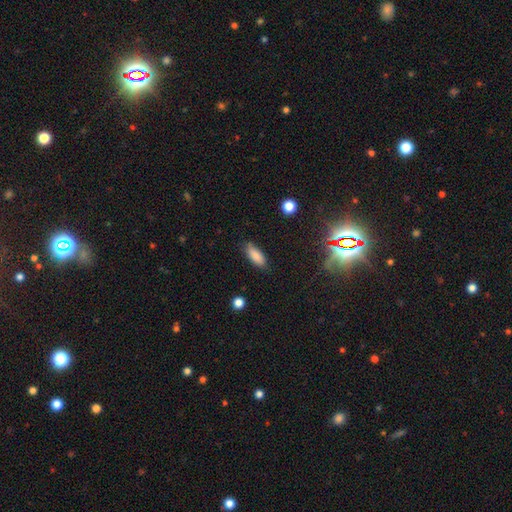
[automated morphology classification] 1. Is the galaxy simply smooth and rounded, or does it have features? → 85% smooth, 8% star or artifact, 7% featured or disk.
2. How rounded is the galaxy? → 77% in between, 21% cigar-shaped, 2% round.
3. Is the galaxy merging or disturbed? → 80% none, 15% minor disturbance, 3% major disturbance, 1% merger.